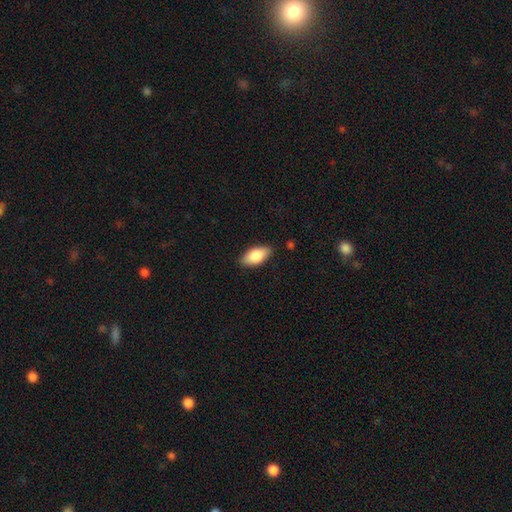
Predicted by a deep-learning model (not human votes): Q: Smooth or featured?
A: smooth (81%); runner-up: featured or disk (13%)
Q: How rounded?
A: in between (92%); runner-up: cigar-shaped (5%)
Q: Merging?
A: none (85%); runner-up: minor disturbance (12%)